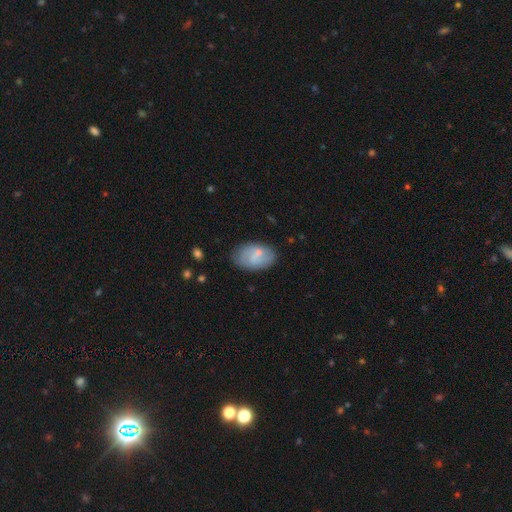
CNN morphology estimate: This appears to be a smooth galaxy with no disk features (55%) that is in between round and cigar-shaped (89%). Merging: none (69%).